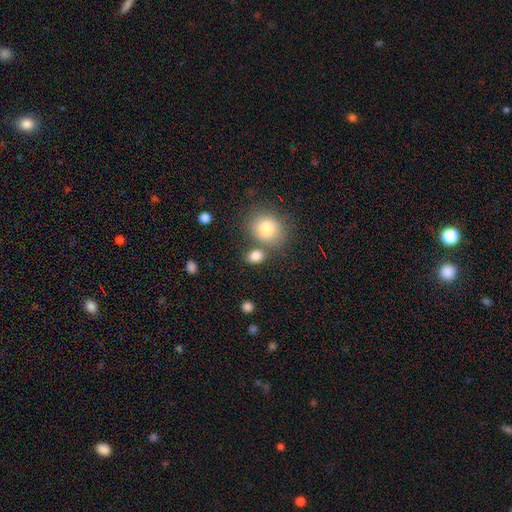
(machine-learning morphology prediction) This appears to be a smooth galaxy with no disk features (84%) that is in between round and cigar-shaped (59%). Merging: none (64%).